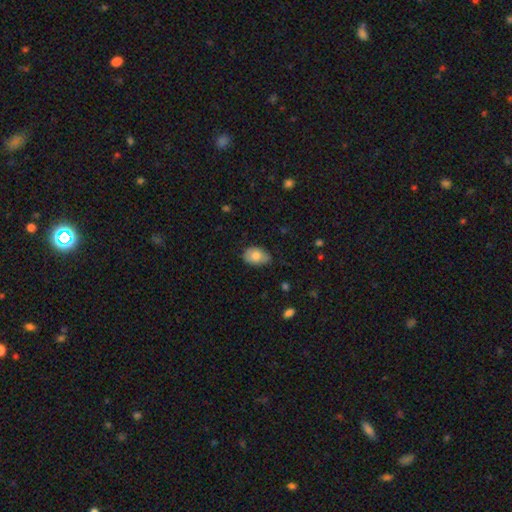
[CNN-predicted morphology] The model was most divided on "merging": none: 66%, minor disturbance: 29%, major disturbance: 4%, merger: 1%. More confident: how rounded — in between (81%); smooth or featured — smooth (77%).